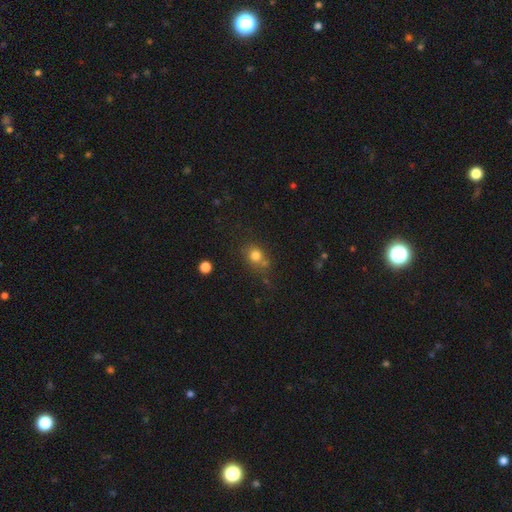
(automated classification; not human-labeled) Morphology: type=smooth (77%); roundness=round (74%); merging=none (60%).